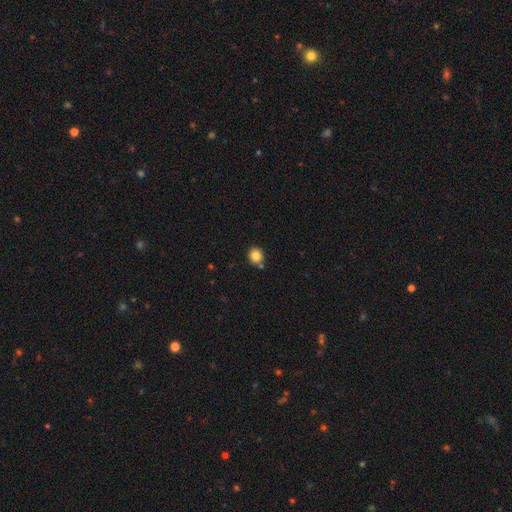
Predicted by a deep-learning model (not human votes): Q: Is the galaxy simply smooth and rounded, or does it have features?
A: smooth — 84%.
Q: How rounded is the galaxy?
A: round — 83%.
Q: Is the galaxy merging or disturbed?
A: none — 79%.